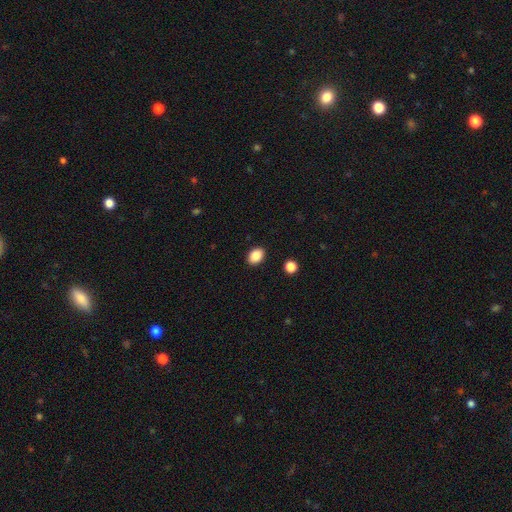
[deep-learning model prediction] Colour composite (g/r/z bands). It shows a smooth galaxy with no disk features (87%) that is in between round and cigar-shaped (77%). Merging: none (90%).